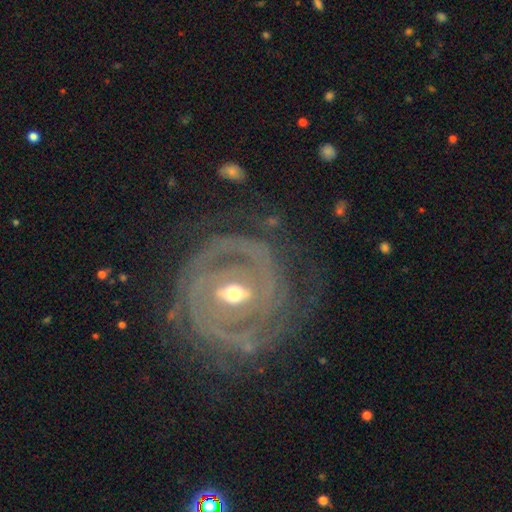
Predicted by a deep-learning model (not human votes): Smooth or featured? featured or disk (88%)
Edge-on disk? no (96%)
Bar? weak (40%)
Spiral arms? yes (93%)
Spiral winding? tight (71%)
Spiral arm count? 2 (41%)
Bulge size? moderate (56%)
Merging? none (73%)